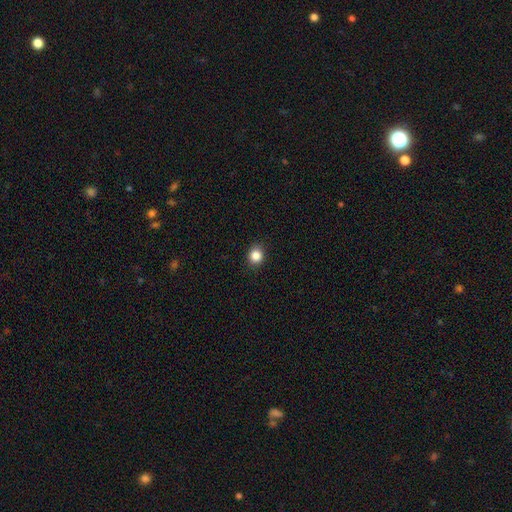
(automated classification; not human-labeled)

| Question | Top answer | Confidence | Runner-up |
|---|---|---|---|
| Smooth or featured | smooth | 85% | star or artifact (11%) |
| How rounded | round | 78% | in between (21%) |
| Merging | none | 89% | minor disturbance (8%) |